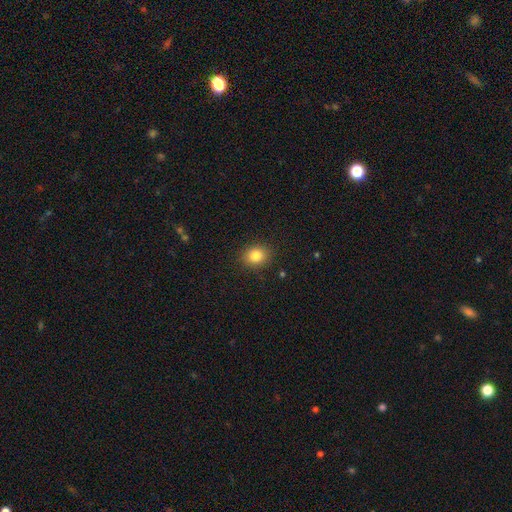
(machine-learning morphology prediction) Smooth or featured: smooth — 83% (star or artifact — 11%)
How rounded: round — 62% (in between — 37%)
Merging: none — 89% (minor disturbance — 7%)